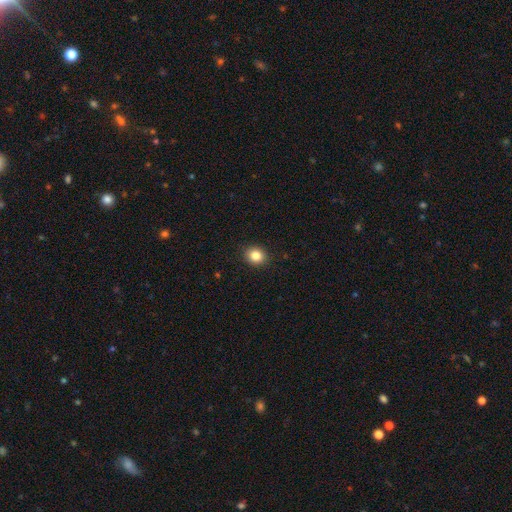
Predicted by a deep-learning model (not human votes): A smooth galaxy with no disk features (84%) that is round (72%). Merging: none (91%).